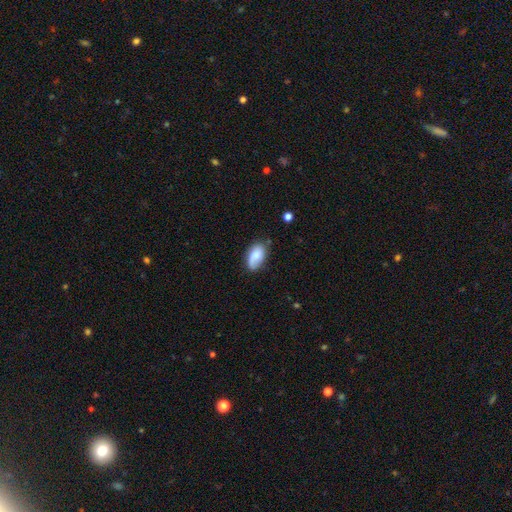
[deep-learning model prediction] Overall: smooth (71%). How rounded: in between (93%). Merging: none (61%; minor disturbance 27%).